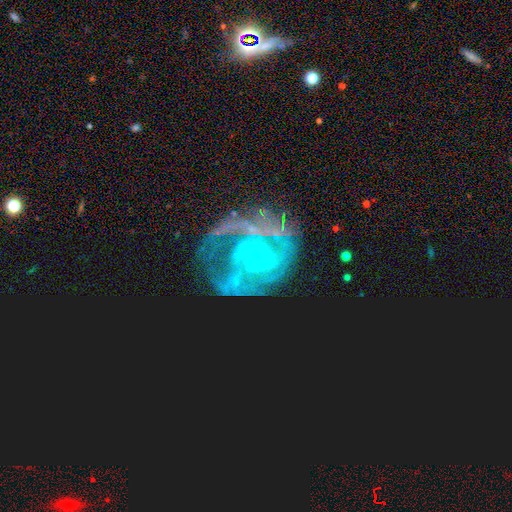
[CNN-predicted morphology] Smooth or featured? Predicted: featured or disk (p=0.77). Edge-on disk? Predicted: no (p=0.98). Bar? Predicted: no (p=0.62). Spiral arms? Predicted: yes (p=0.87). Spiral winding? Predicted: tight (p=0.47). Spiral arm count? Predicted: can't tell (p=0.29). Bulge size? Predicted: small (p=0.79). Merging? Predicted: none (p=0.53).